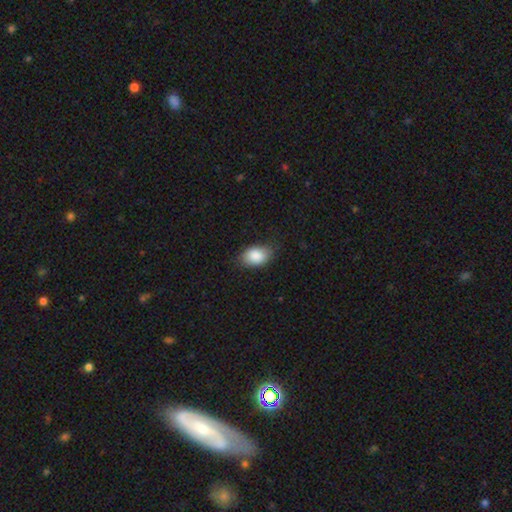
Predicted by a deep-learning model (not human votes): Smooth or featured: smooth — 88% (star or artifact — 7%)
How rounded: in between — 87% (round — 12%)
Merging: none — 77% (minor disturbance — 18%)